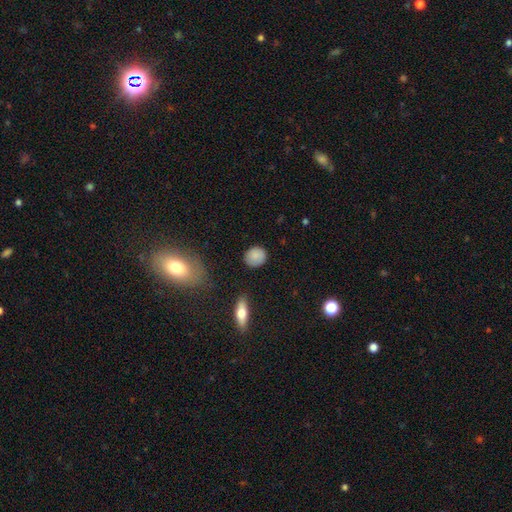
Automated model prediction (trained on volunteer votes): smooth_or_featured: smooth (p=0.86) [alt: star or artifact p=0.08]
how_rounded: round (p=0.76) [alt: in between p=0.22]
merging: none (p=0.85) [alt: minor disturbance p=0.10]